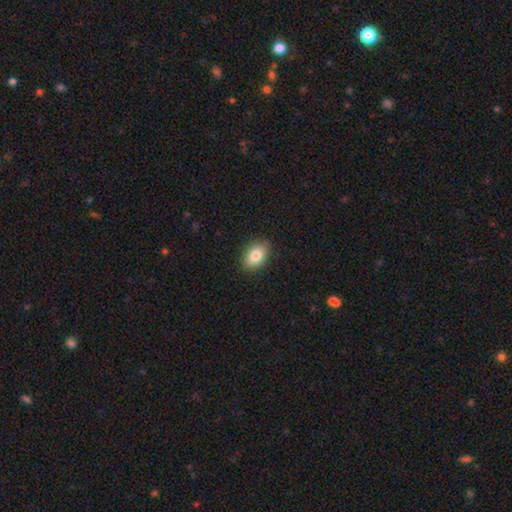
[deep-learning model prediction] Smooth or featured? Predicted: smooth (p=0.85). How rounded? Predicted: in between (p=0.85). Merging? Predicted: none (p=0.89).